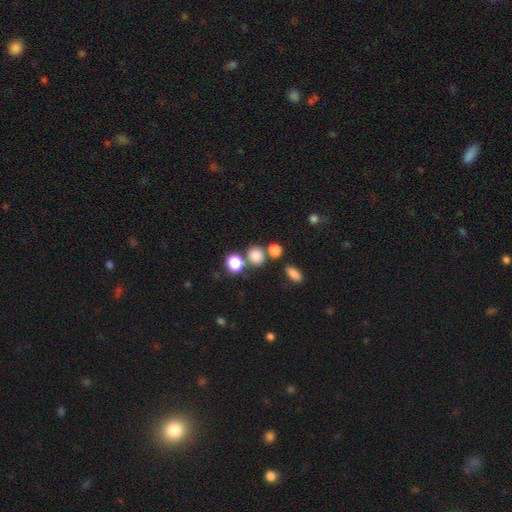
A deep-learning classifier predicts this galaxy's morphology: Smooth or featured? smooth (81%)
How rounded? round (81%)
Merging? none (67%)